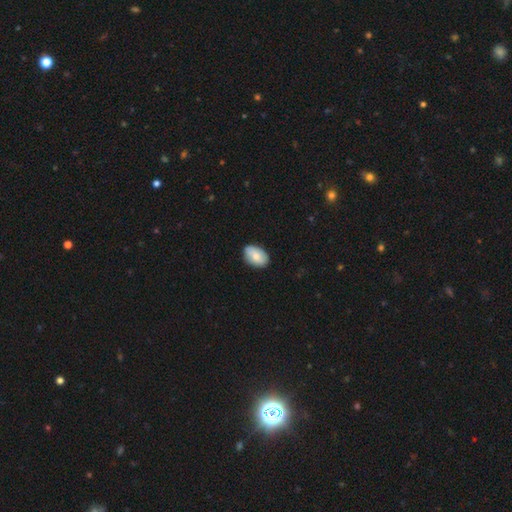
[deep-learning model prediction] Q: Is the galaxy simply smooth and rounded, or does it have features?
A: smooth — 78%.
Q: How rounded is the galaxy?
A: in between — 89%.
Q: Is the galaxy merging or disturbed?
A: none — 83%.